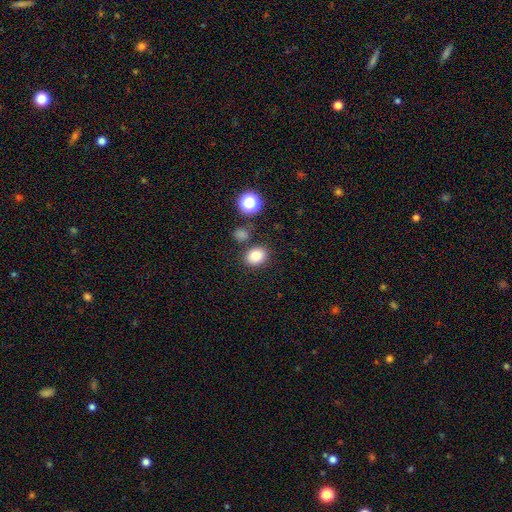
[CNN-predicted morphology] This is clearly a smooth galaxy (84%). How rounded: possibly in between (52%). Merging: likely none (79%).